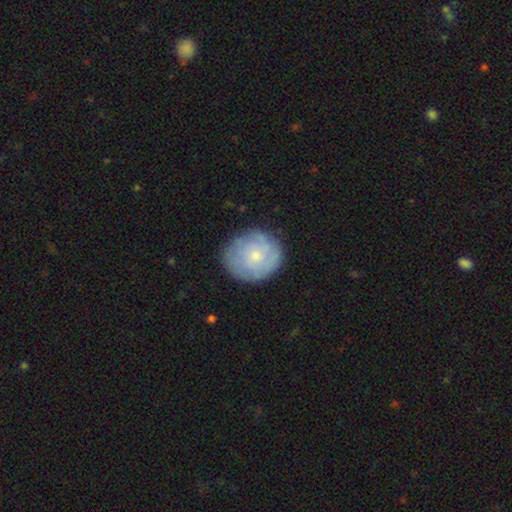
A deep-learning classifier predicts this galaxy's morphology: Q: Smooth or featured?
A: smooth (56%); runner-up: featured or disk (38%)
Q: How rounded?
A: round (84%); runner-up: in between (15%)
Q: Merging?
A: none (81%); runner-up: minor disturbance (14%)